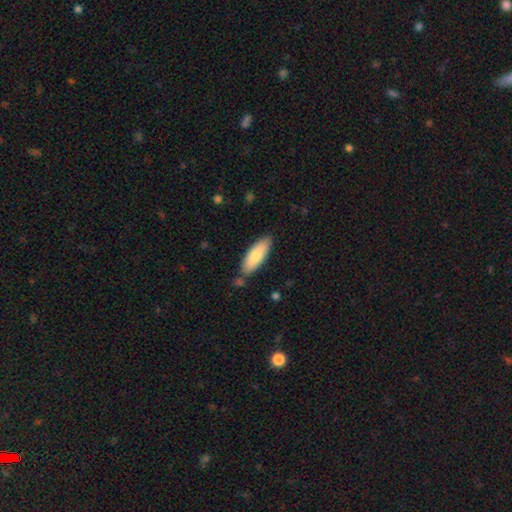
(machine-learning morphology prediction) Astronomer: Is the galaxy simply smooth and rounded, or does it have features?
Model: smooth — 80%.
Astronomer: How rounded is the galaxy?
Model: in between — 61% (runner-up: cigar-shaped, 37%).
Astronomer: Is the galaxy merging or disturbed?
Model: none — 80%.